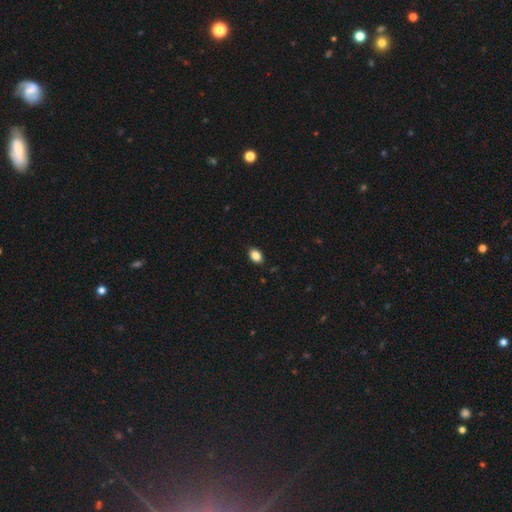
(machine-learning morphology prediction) Smooth or featured?
  - smooth: 86% *
  - star or artifact: 9%
  - featured or disk: 5%
How rounded?
  - in between: 84% *
  - round: 14%
  - cigar-shaped: 1%
Merging?
  - none: 88% *
  - minor disturbance: 9%
  - major disturbance: 2%
  - merger: 1%